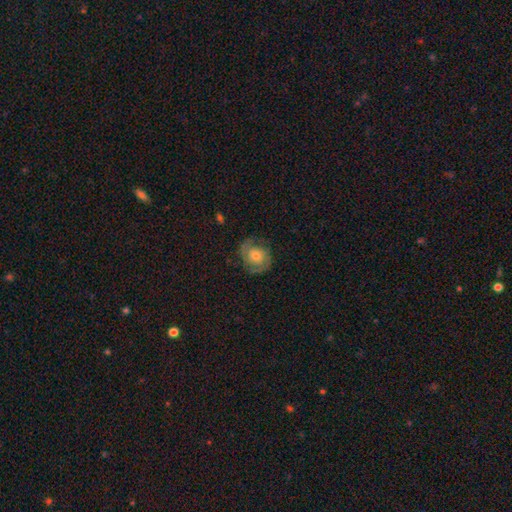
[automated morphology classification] Smooth or featured? featured or disk (75%)
Edge-on disk? no (98%)
Bar? no (72%)
Spiral arms? yes (92%)
Spiral winding? medium (45%)
Spiral arm count? 2 (86%)
Bulge size? moderate (58%)
Merging? none (77%)